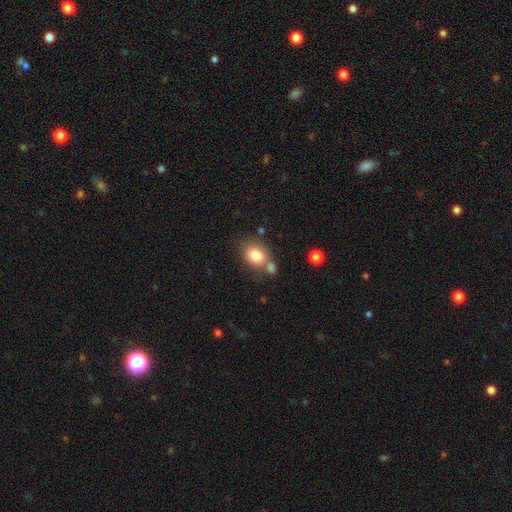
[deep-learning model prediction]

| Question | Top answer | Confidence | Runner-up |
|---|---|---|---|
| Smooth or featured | smooth | 81% | star or artifact (9%) |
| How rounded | round | 52% | in between (47%) |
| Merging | none | 57% | merger (24%) |